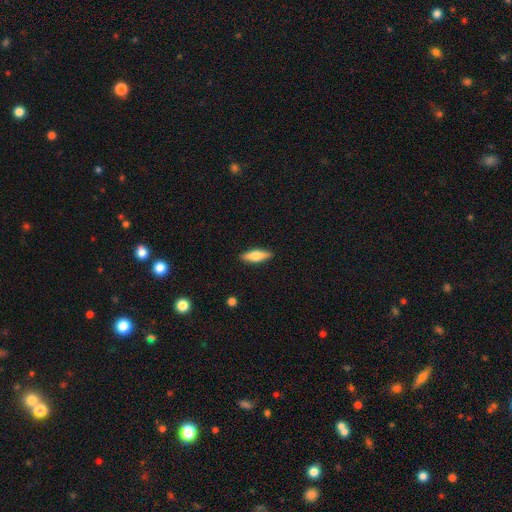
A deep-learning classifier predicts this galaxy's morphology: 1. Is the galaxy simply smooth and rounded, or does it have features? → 60% smooth, 34% featured or disk, 6% star or artifact.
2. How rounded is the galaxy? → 51% cigar-shaped, 46% in between, 2% round.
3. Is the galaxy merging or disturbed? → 89% none, 8% minor disturbance, 2% major disturbance, 1% merger.